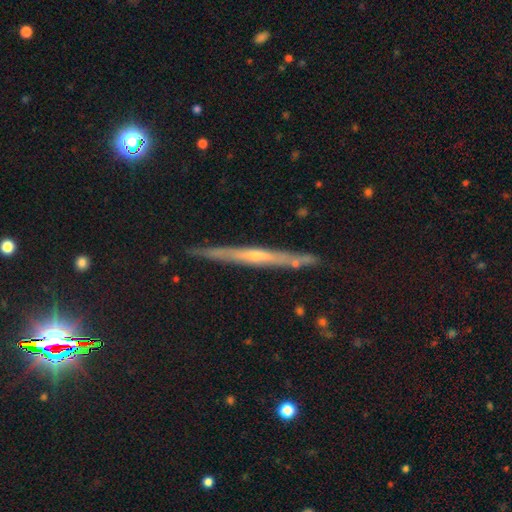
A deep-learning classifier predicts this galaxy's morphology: Smooth or featured?
  - featured or disk: 70% *
  - smooth: 21%
  - star or artifact: 10%
Edge-on disk?
  - yes: 96% *
  - no: 4%
Edge-on bulge?
  - none: 48% *
  - rounded: 46%
  - boxy: 6%
Merging?
  - none: 87% *
  - minor disturbance: 10%
  - merger: 2%
  - major disturbance: 2%